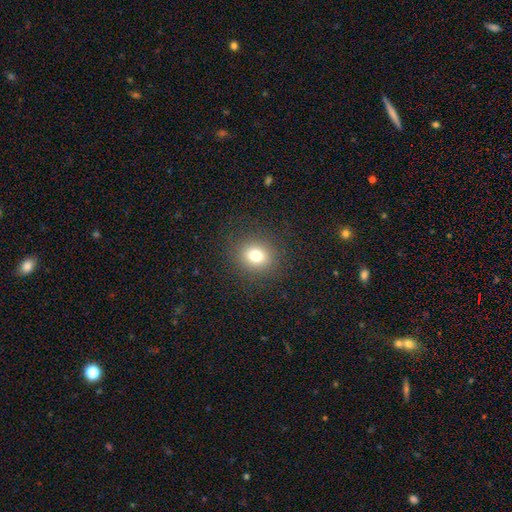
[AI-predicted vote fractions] A smooth galaxy with no disk features (77%) that is round (74%).

Vote fractions:
- Smooth or featured? smooth: 77% / star or artifact: 14% / featured or disk: 10%
- How rounded? round: 74% / in between: 25% / cigar-shaped: 1%
- Merging? none: 87% / minor disturbance: 8% / major disturbance: 4% / merger: 1%